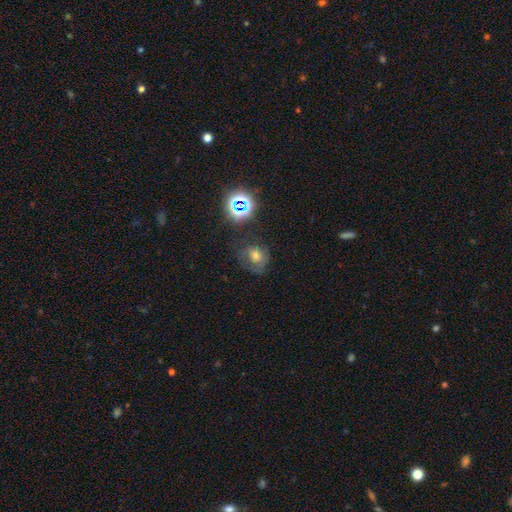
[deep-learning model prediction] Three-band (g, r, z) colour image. It shows a smooth galaxy with no disk features (50%). Merging: none (53%).